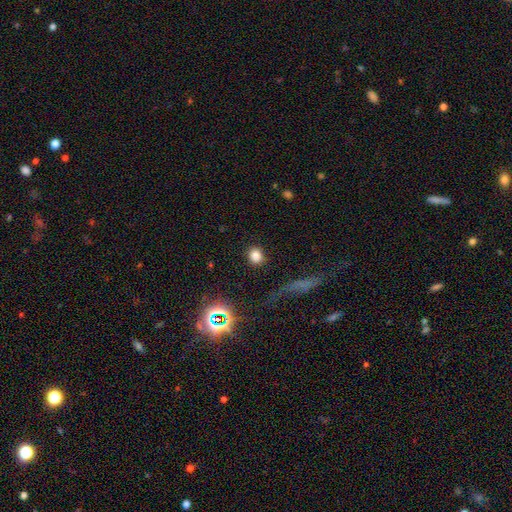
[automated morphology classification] Smooth or featured?
  - smooth: 80% *
  - star or artifact: 14%
  - featured or disk: 6%
How rounded?
  - round: 81% *
  - in between: 18%
  - cigar-shaped: 2%
Merging?
  - none: 87% *
  - minor disturbance: 7%
  - major disturbance: 4%
  - merger: 2%